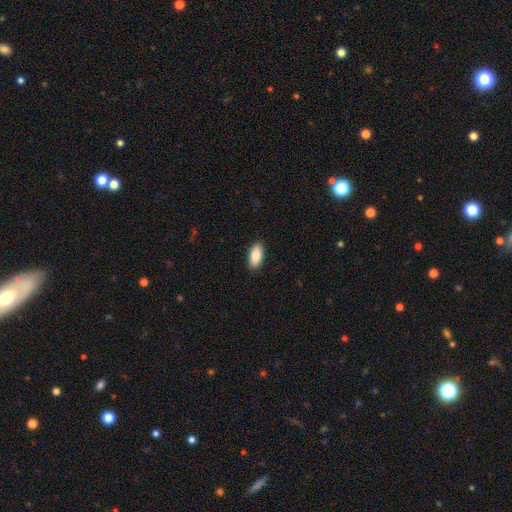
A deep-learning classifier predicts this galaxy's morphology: This is clearly a smooth galaxy (88%). How rounded: clearly in between (93%). Merging: clearly none (90%).